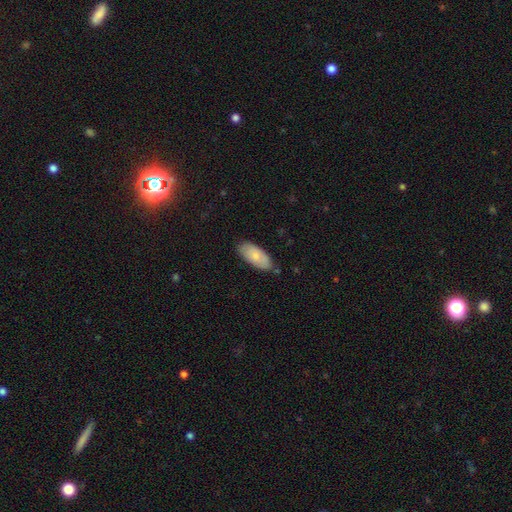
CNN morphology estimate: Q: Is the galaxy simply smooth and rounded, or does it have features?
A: smooth — 76%.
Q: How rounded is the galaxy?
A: in between — 90%.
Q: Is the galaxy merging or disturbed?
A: none — 77%.